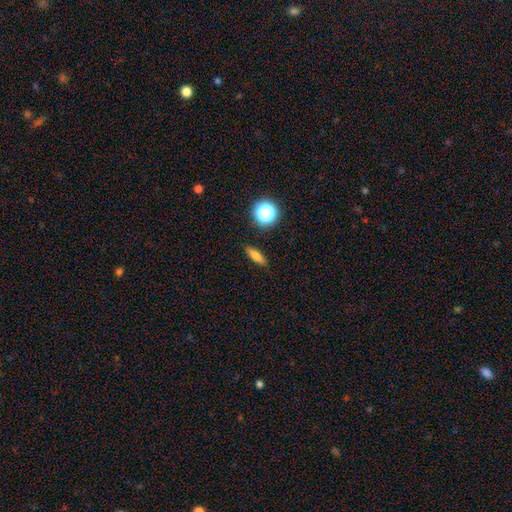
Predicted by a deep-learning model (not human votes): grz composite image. It shows a smooth galaxy with no disk features (74%) that is cigar-shaped (53%). Merging: none (87%).